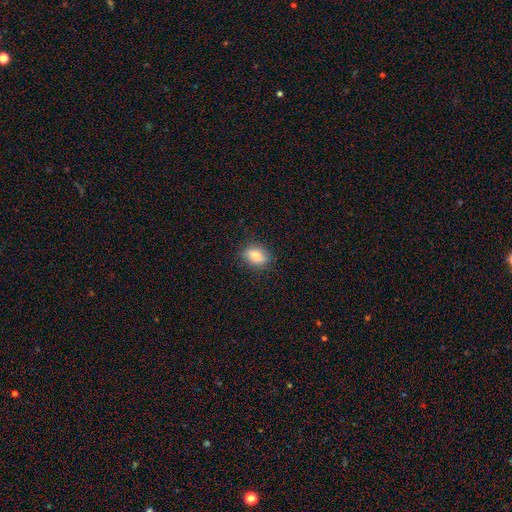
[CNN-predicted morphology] Q: Smooth or featured?
A: smooth (76%); runner-up: featured or disk (15%)
Q: How rounded?
A: in between (73%); runner-up: round (23%)
Q: Merging?
A: none (80%); runner-up: minor disturbance (16%)